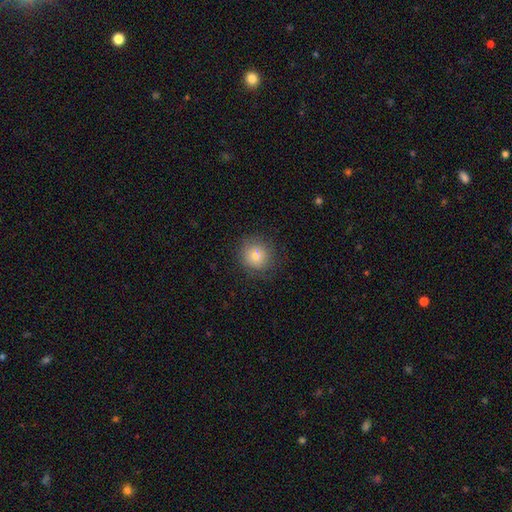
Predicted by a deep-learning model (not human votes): Smooth or featured? Predicted: smooth (p=0.81). How rounded? Predicted: round (p=0.91). Merging? Predicted: none (p=0.85).